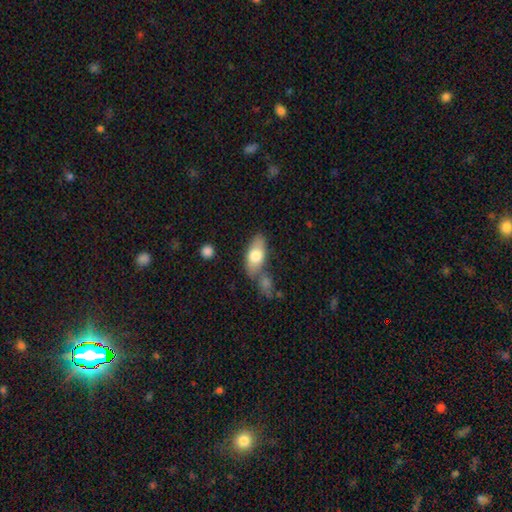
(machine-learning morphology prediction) A smooth galaxy with no disk features (71%) that is in between round and cigar-shaped (84%). Merging: none (59%).